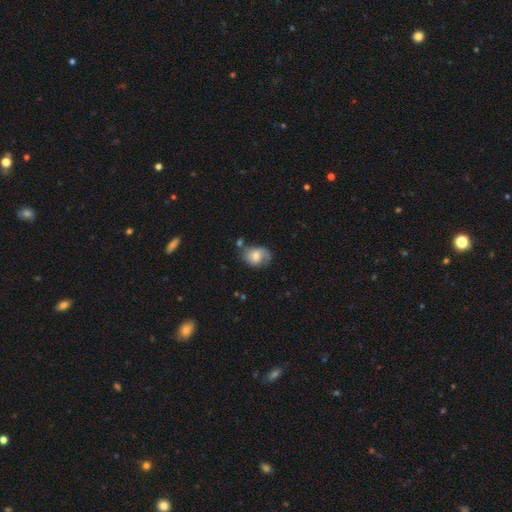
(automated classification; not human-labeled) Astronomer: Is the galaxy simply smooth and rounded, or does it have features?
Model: smooth — 51% (runner-up: featured or disk, 41%).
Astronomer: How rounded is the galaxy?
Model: in between — 60% (runner-up: round, 39%).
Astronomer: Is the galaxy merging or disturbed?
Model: none — 48% (runner-up: minor disturbance, 28%).